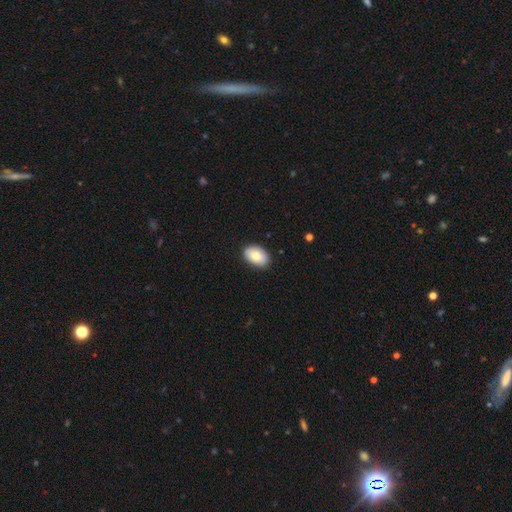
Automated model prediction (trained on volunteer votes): smooth_or_featured: smooth (p=0.80) [alt: featured or disk p=0.14]
how_rounded: in between (p=0.87) [alt: round p=0.12]
merging: none (p=0.87) [alt: minor disturbance p=0.10]